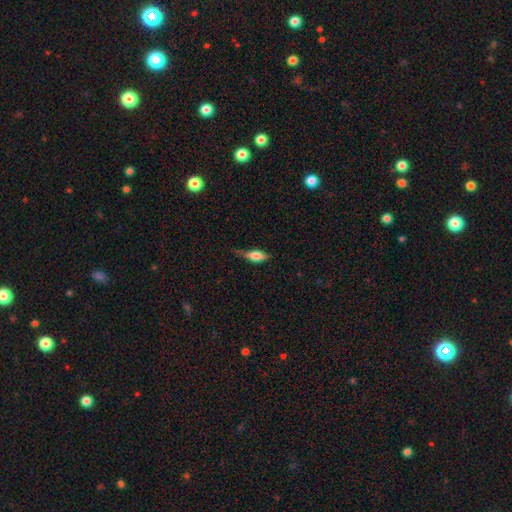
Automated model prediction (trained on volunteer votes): smooth_or_featured: smooth (p=0.65) [alt: featured or disk p=0.27]
how_rounded: in between (p=0.68) [alt: cigar-shaped p=0.28]
merging: none (p=0.49) [alt: minor disturbance p=0.37]